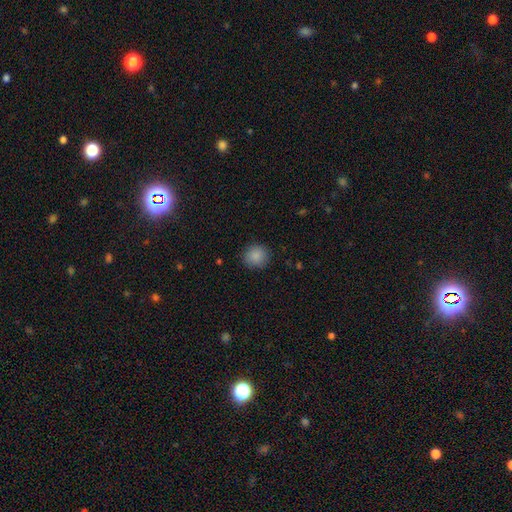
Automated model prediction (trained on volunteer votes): Overall: smooth (87%). How rounded: round (89%). Merging: none (88%).